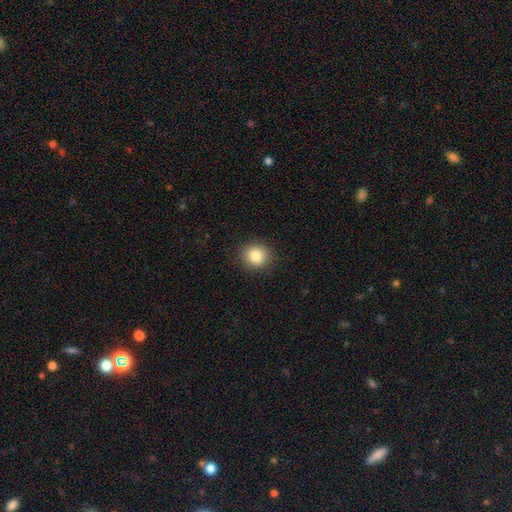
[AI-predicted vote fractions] Smooth or featured?
  - smooth: 85% *
  - star or artifact: 10%
  - featured or disk: 5%
How rounded?
  - round: 89% *
  - in between: 10%
  - cigar-shaped: 1%
Merging?
  - none: 90% *
  - minor disturbance: 7%
  - major disturbance: 2%
  - merger: 1%